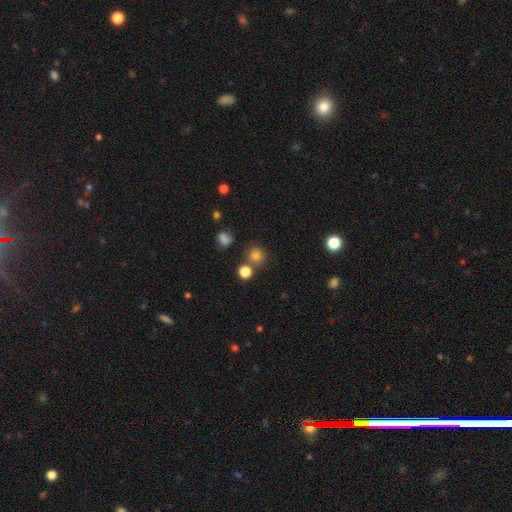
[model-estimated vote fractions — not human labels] The model was most divided on "merging": none: 73%, merger: 14%, minor disturbance: 9%, major disturbance: 4%. More confident: how rounded — round (90%); smooth or featured — smooth (78%).